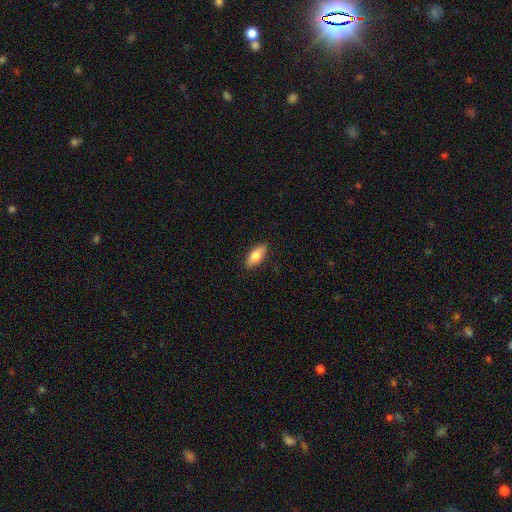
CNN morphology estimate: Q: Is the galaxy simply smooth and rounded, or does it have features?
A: smooth — 73%.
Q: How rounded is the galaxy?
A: in between — 77%.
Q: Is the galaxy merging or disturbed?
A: none — 87%.